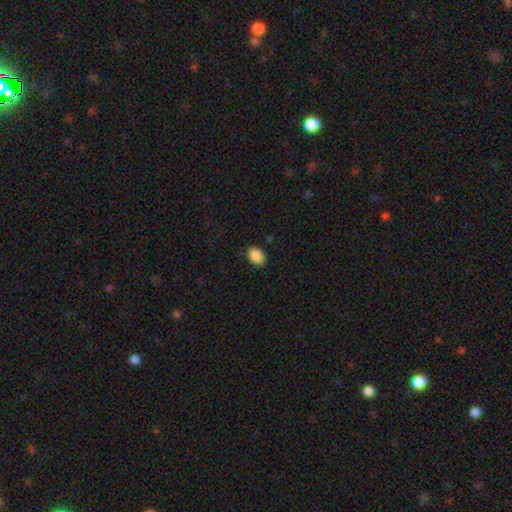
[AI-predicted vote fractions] Q: Smooth or featured?
A: smooth (88%); runner-up: star or artifact (8%)
Q: How rounded?
A: in between (73%); runner-up: round (26%)
Q: Merging?
A: none (86%); runner-up: minor disturbance (10%)